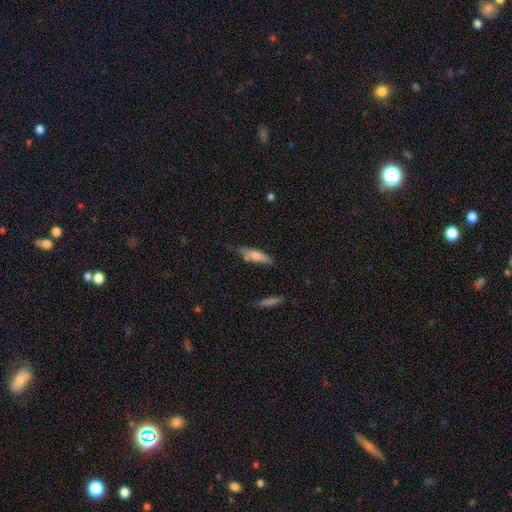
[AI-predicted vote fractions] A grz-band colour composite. It shows a smooth galaxy with no disk features (68%) that is cigar-shaped (66%). Merging: none (67%).